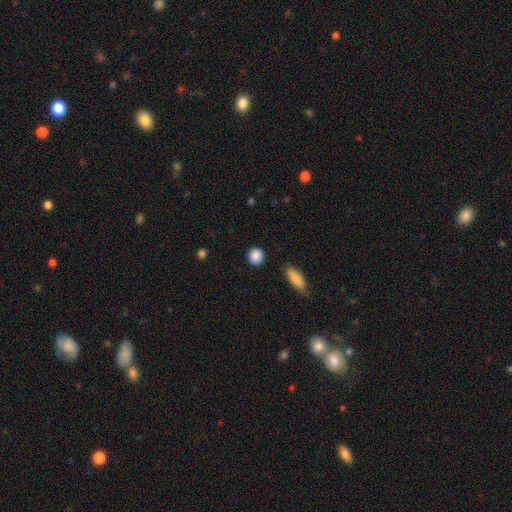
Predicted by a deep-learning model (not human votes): Smooth or featured: smooth — 89% (star or artifact — 8%)
How rounded: round — 82% (in between — 16%)
Merging: none — 89% (minor disturbance — 7%)